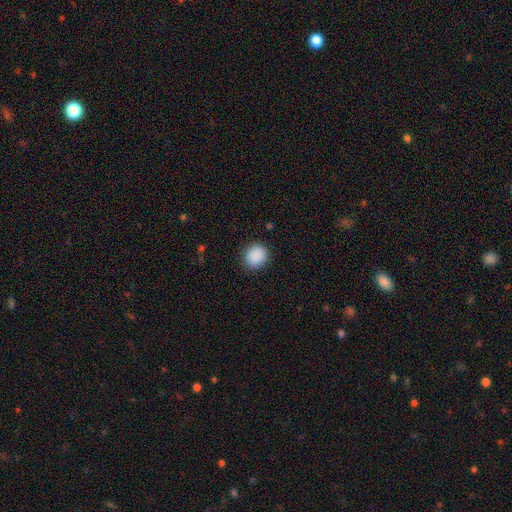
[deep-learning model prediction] Smooth or featured? smooth (89%)
How rounded? round (82%)
Merging? none (89%)